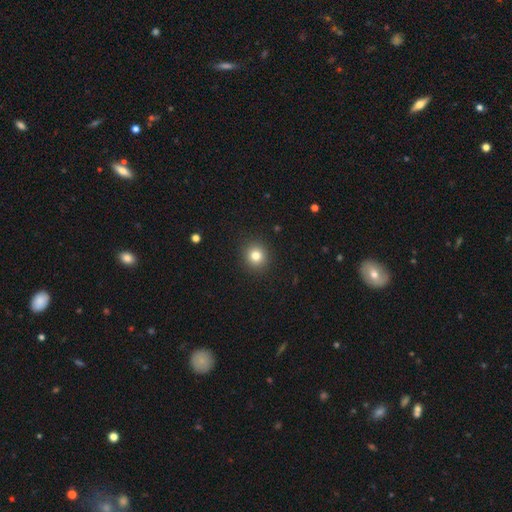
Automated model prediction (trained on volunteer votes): A smooth galaxy with no disk features (81%) that is round (89%). Merging: none (91%).